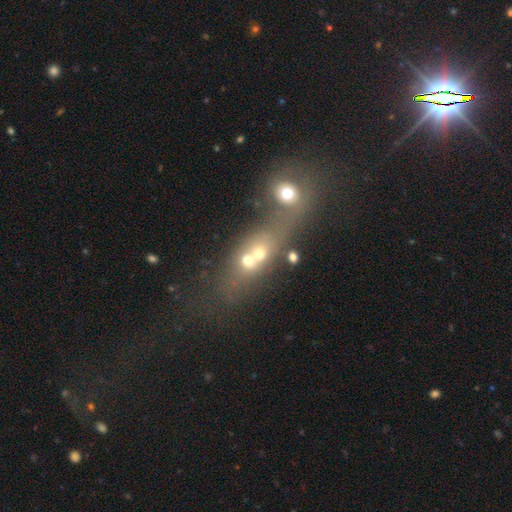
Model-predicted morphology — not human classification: This appears to be a smooth galaxy with no disk features (45%). Merging: merger (71%).